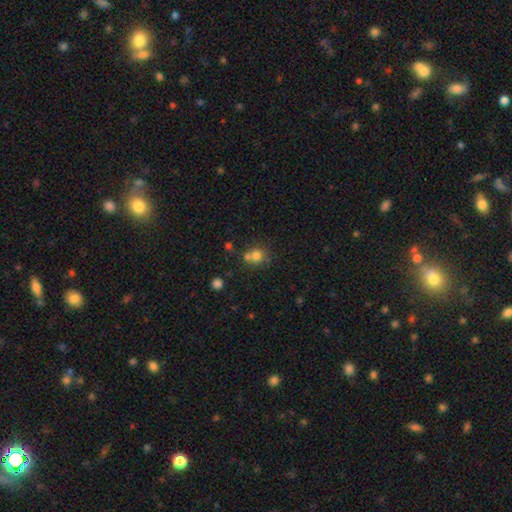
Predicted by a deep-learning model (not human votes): smooth-or-featured: smooth: 75% | star or artifact: 14% | featured or disk: 11%
  how-rounded: round: 85% | in between: 15% | cigar-shaped: 1%
  merging: none: 51% | merger: 36% | minor disturbance: 9% | major disturbance: 4%